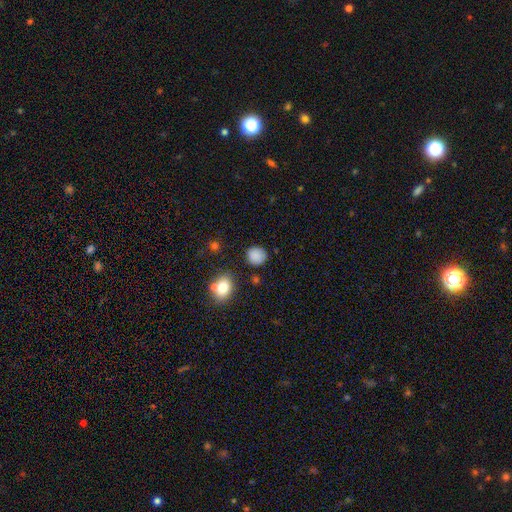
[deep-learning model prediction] Smooth or featured? smooth (86%)
How rounded? round (85%)
Merging? none (83%)